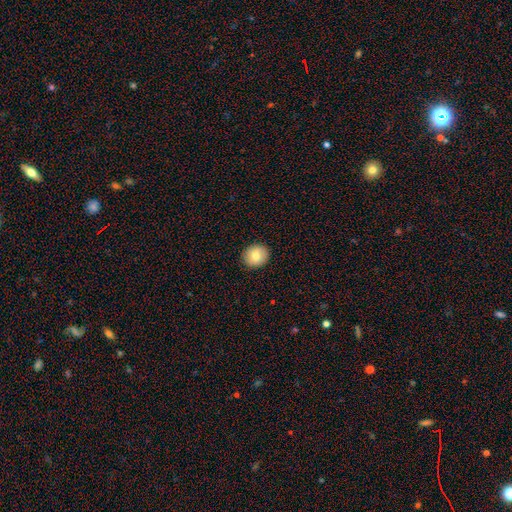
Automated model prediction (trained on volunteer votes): smooth-or-featured: smooth: 78% | featured or disk: 14% | star or artifact: 8%
  how-rounded: round: 77% | in between: 22% | cigar-shaped: 1%
  merging: none: 90% | minor disturbance: 7% | major disturbance: 2% | merger: 1%